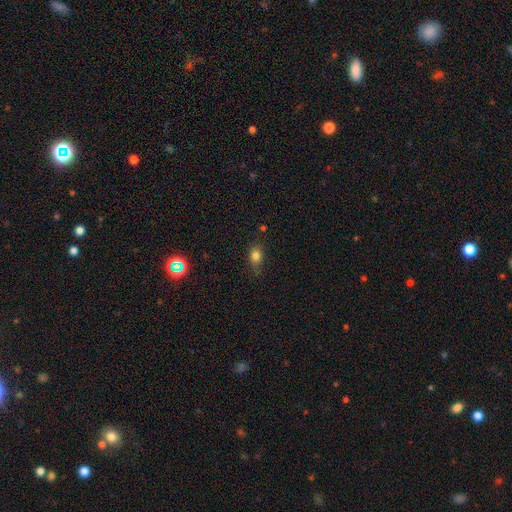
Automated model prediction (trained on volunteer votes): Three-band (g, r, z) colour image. It shows a smooth galaxy with no disk features (80%) that is in between round and cigar-shaped (64%). Merging: none (74%).